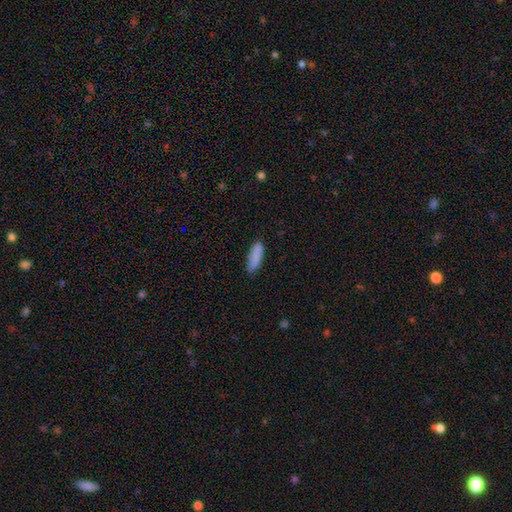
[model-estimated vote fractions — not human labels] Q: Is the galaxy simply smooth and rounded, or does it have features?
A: smooth — 87%.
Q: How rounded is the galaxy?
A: cigar-shaped — 52%.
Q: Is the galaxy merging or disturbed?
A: none — 82%.